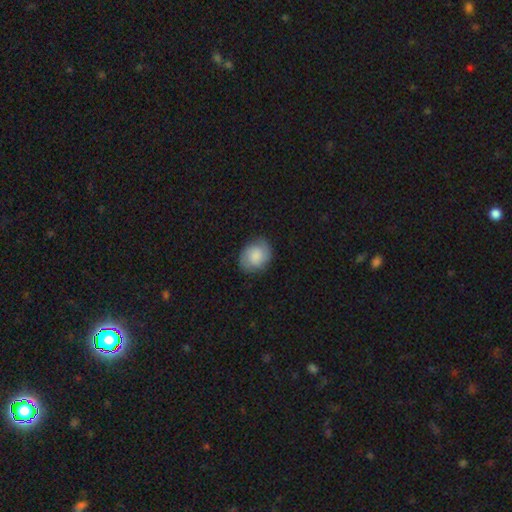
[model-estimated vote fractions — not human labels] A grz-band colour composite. It shows a smooth galaxy with no disk features (60%) that is round (52%). Merging: none (81%).